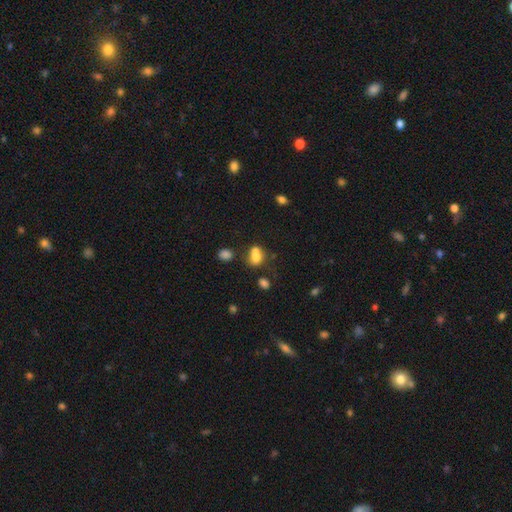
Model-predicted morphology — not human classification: type=smooth (73%); roundness=in between (61%); merging=merger (43%).